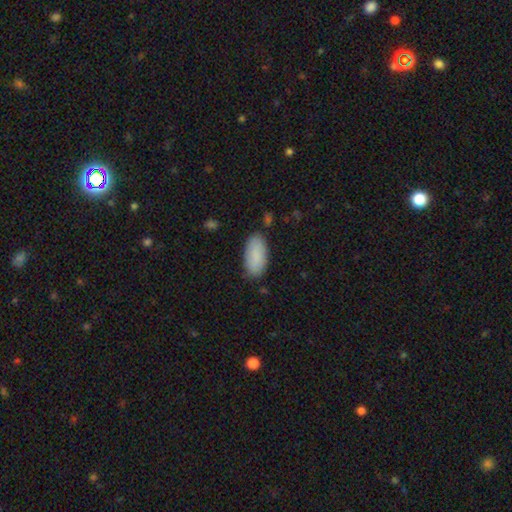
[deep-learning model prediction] Smooth or featured? smooth (88%)
How rounded? in between (93%)
Merging? none (83%)